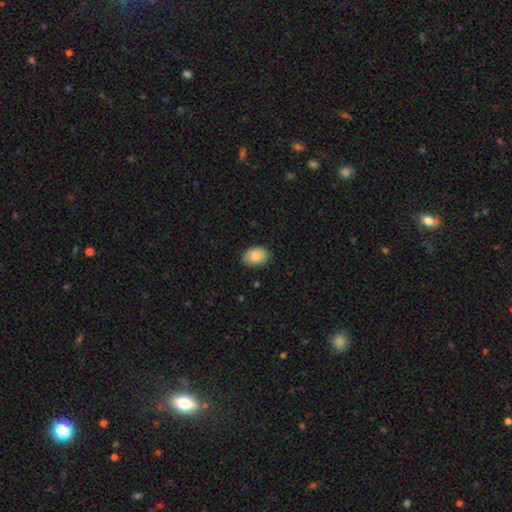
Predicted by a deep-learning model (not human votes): This appears to be a smooth galaxy with no disk features (85%) that is in between round and cigar-shaped (79%). Merging: none (84%).